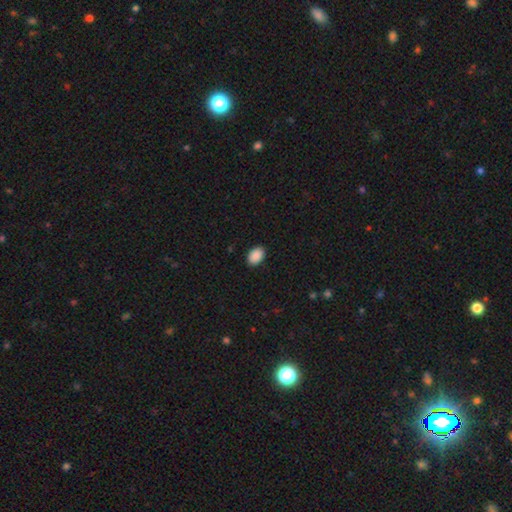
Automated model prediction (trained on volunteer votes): Overall: smooth (90%). How rounded: in between (82%). Merging: none (90%).